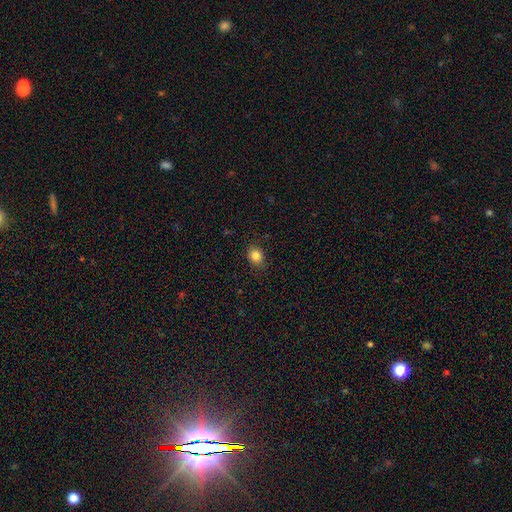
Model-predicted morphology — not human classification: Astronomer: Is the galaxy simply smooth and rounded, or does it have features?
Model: smooth — 84%.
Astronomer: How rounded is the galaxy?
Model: round — 59% (runner-up: in between, 41%).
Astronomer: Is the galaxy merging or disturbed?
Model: none — 84%.